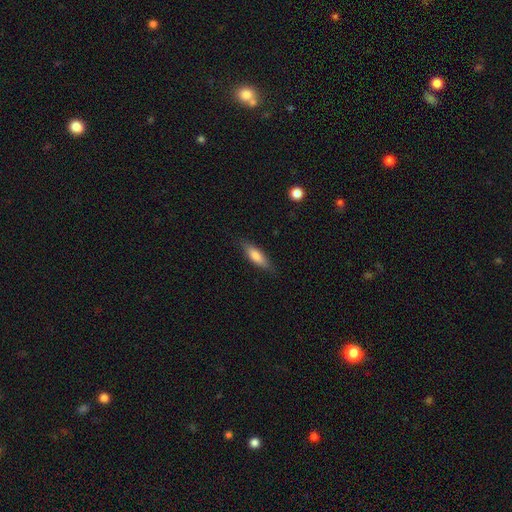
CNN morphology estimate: A smooth galaxy with no disk features (74%) that is in between round and cigar-shaped (49%, tied with cigar-shaped). Merging: none (82%).